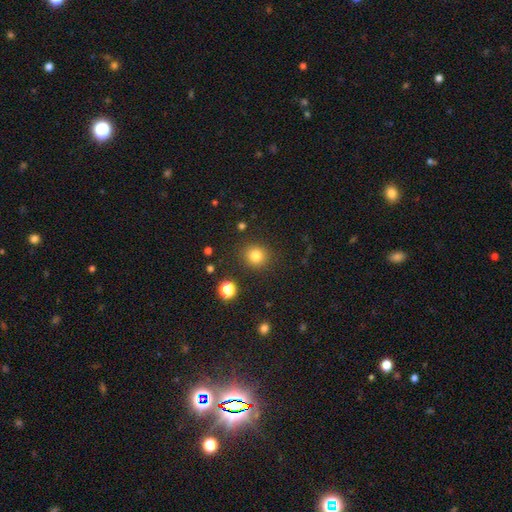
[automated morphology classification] This is clearly a smooth galaxy (81%). How rounded: clearly round (89%). Merging: clearly none (89%).